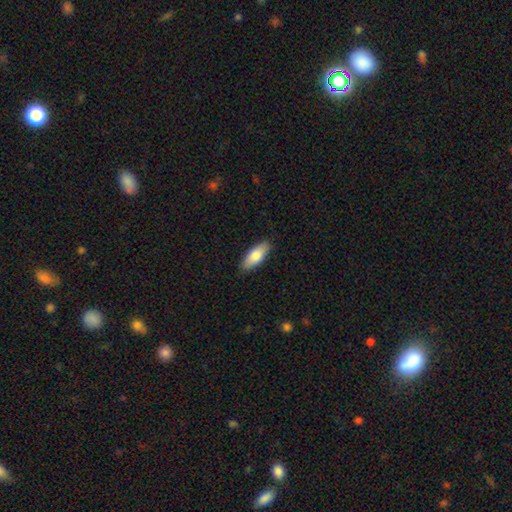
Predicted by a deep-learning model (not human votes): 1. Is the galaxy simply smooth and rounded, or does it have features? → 79% smooth, 16% featured or disk, 6% star or artifact.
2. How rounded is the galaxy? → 77% in between, 21% cigar-shaped, 2% round.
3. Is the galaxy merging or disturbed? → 88% none, 9% minor disturbance, 2% major disturbance, 1% merger.